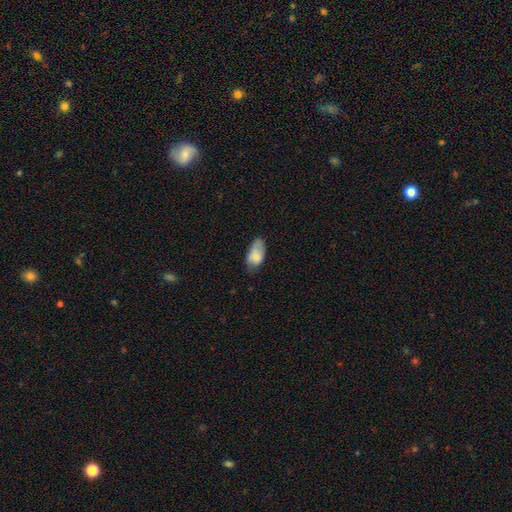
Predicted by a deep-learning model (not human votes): smooth_or_featured: smooth (p=0.77) [alt: featured or disk p=0.15]
how_rounded: in between (p=0.93) [alt: round p=0.05]
merging: none (p=0.48) [alt: minor disturbance p=0.38]